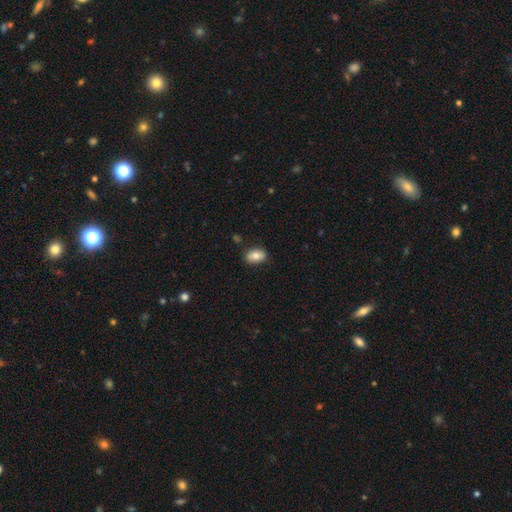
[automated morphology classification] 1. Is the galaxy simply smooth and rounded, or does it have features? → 79% smooth, 13% featured or disk, 8% star or artifact.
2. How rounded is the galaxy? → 84% in between, 14% round, 2% cigar-shaped.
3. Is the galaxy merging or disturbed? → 85% none, 11% minor disturbance, 2% major disturbance, 2% merger.